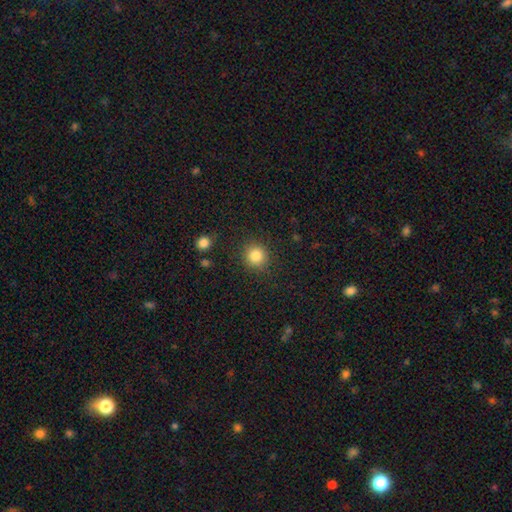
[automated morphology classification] smooth-or-featured: smooth: 85% | star or artifact: 11% | featured or disk: 5%
  how-rounded: round: 91% | in between: 8% | cigar-shaped: 1%
  merging: none: 88% | minor disturbance: 8% | major disturbance: 3% | merger: 2%